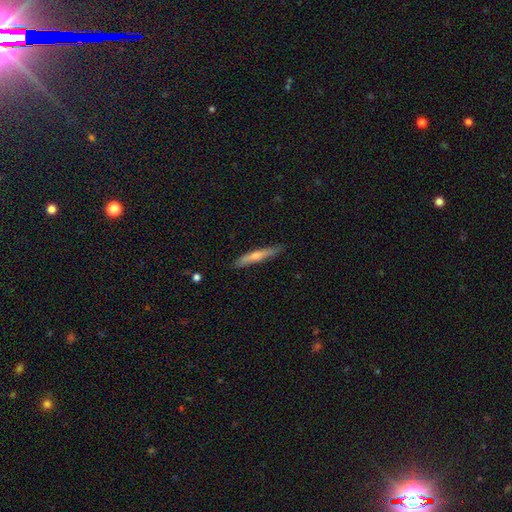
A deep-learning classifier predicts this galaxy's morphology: This appears to be a smooth galaxy with no disk features (49%). Merging: none (86%).